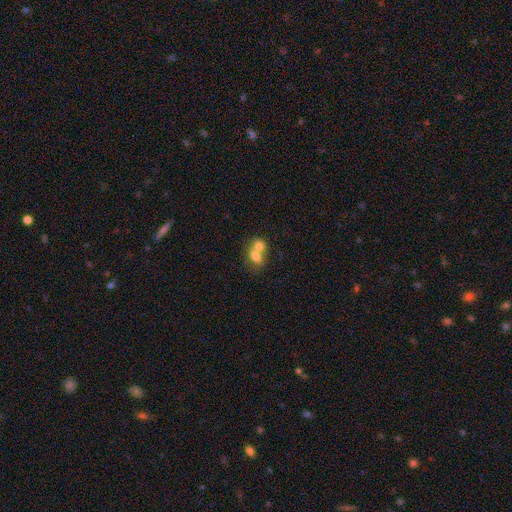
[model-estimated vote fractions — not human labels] Smooth or featured: smooth — 72% (featured or disk — 19%)
How rounded: in between — 55% (round — 44%)
Merging: merger — 68% (none — 22%)